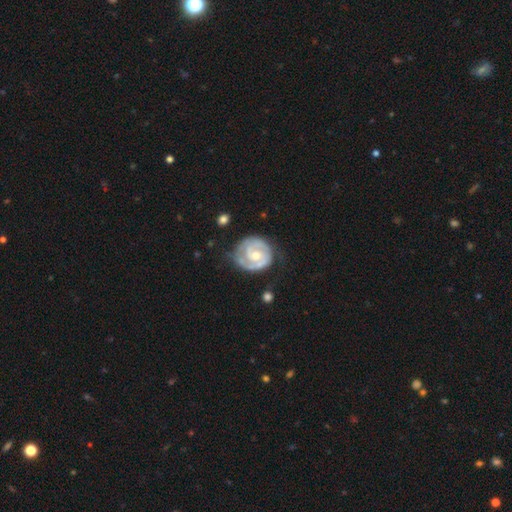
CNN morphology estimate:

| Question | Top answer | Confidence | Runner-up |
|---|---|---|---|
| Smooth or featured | featured or disk | 84% | smooth (12%) |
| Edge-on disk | no | 98% | yes (2%) |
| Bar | no | 57% | weak (35%) |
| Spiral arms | yes | 94% | no (6%) |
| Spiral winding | tight | 64% | medium (29%) |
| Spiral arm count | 2 | 71% | can't tell (11%) |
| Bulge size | moderate | 56% | small (37%) |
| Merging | none | 68% | minor disturbance (21%) |